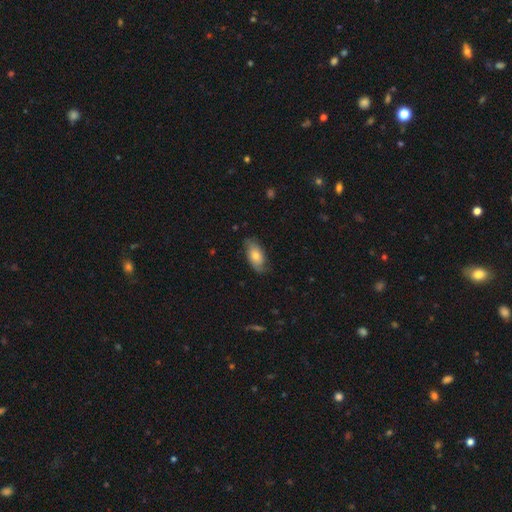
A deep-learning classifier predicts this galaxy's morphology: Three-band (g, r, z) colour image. It shows a smooth galaxy with no disk features (64%) that is in between round and cigar-shaped (91%). Merging: none (71%).